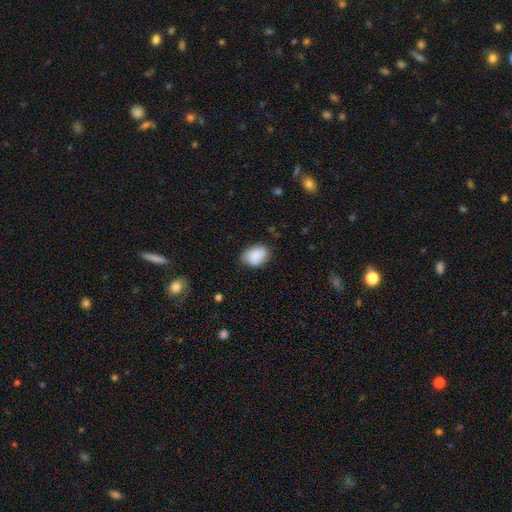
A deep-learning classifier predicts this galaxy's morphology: Smooth or featured?
  - smooth: 88% *
  - star or artifact: 7%
  - featured or disk: 5%
How rounded?
  - in between: 77% *
  - round: 22%
  - cigar-shaped: 1%
Merging?
  - none: 74% *
  - minor disturbance: 21%
  - major disturbance: 4%
  - merger: 1%